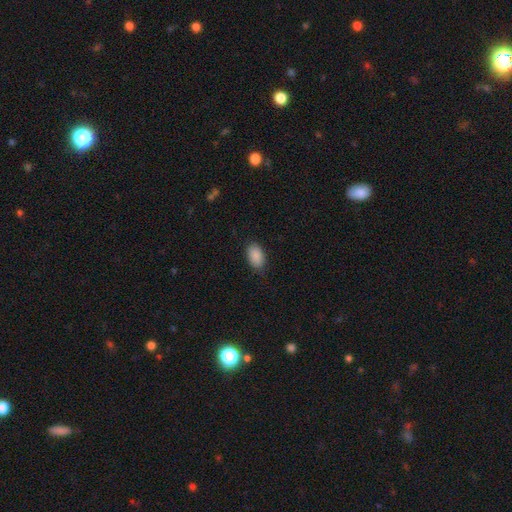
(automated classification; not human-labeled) smooth-or-featured: smooth: 90% | star or artifact: 7% | featured or disk: 4%
  how-rounded: in between: 93% | round: 6% | cigar-shaped: 1%
  merging: none: 83% | minor disturbance: 13% | major disturbance: 3% | merger: 1%